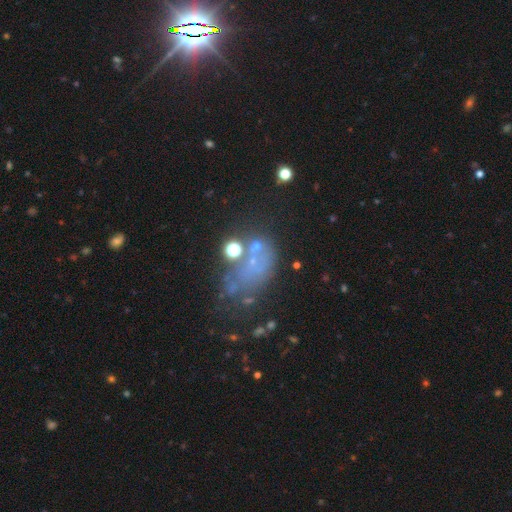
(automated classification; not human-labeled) Smooth or featured: featured or disk — 36% (smooth — 33%)
Merging: none — 37% (major disturbance — 27%)